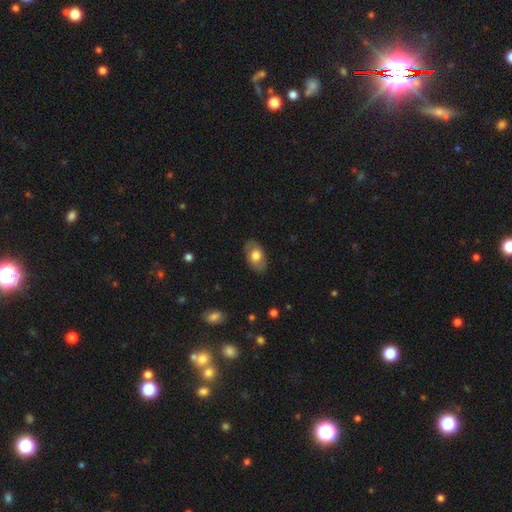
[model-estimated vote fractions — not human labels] Morphology: type=smooth (67%); roundness=in between (88%); merging=none (83%).